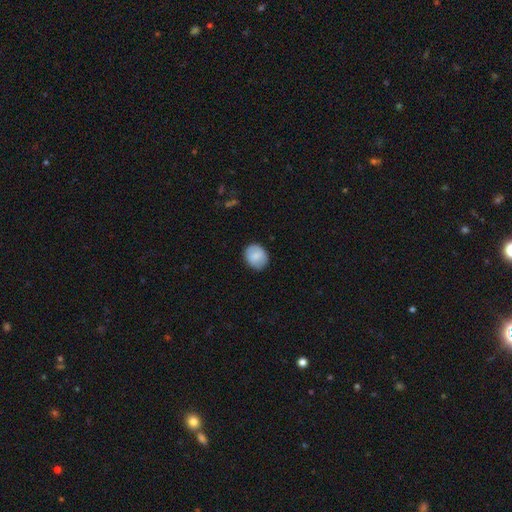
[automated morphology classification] A smooth galaxy with no disk features (80%) that is round (63%).

Vote fractions:
- Smooth or featured? smooth: 80% / featured or disk: 13% / star or artifact: 7%
- How rounded? round: 63% / in between: 36% / cigar-shaped: 1%
- Merging? none: 84% / minor disturbance: 12% / major disturbance: 3% / merger: 1%